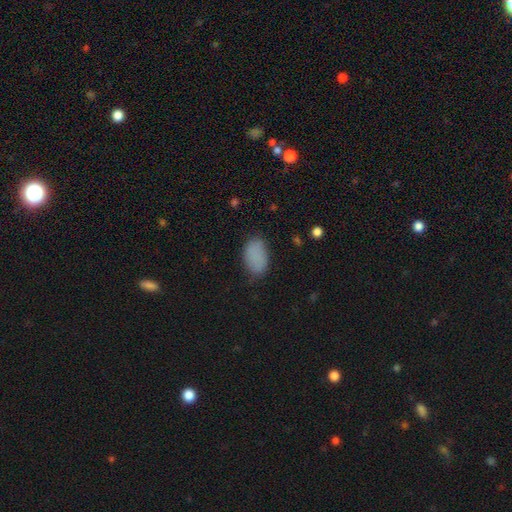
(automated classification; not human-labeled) Smooth or featured? Predicted: smooth (p=0.85). How rounded? Predicted: in between (p=0.92). Merging? Predicted: none (p=0.77).